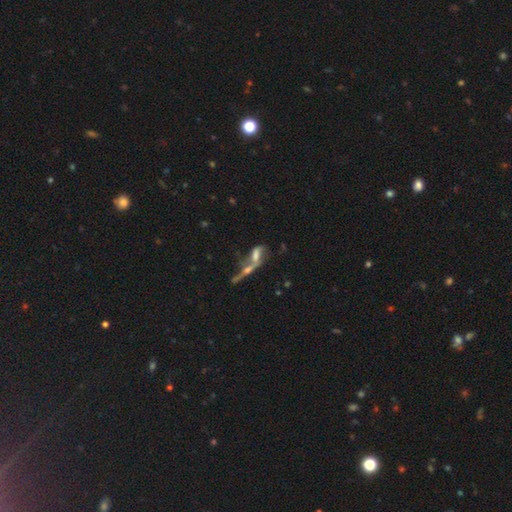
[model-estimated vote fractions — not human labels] Overall: featured or disk (55%; smooth 32%). Edge-on disk: no (66%; yes 34%). Merging: merger (61%).